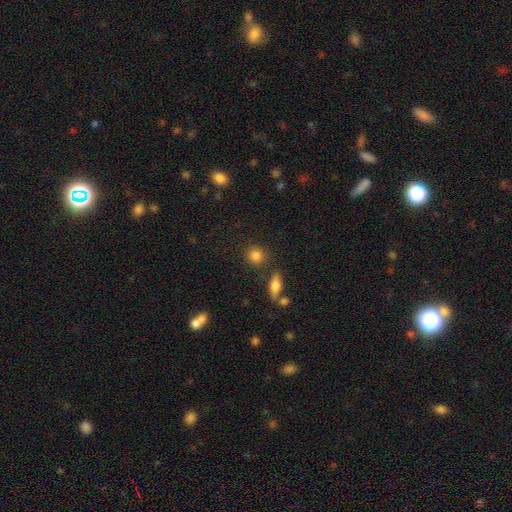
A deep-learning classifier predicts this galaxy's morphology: The model was most divided on "how rounded": round: 82%, in between: 16%, cigar-shaped: 2%. More confident: smooth or featured — smooth (84%); merging — none (80%).